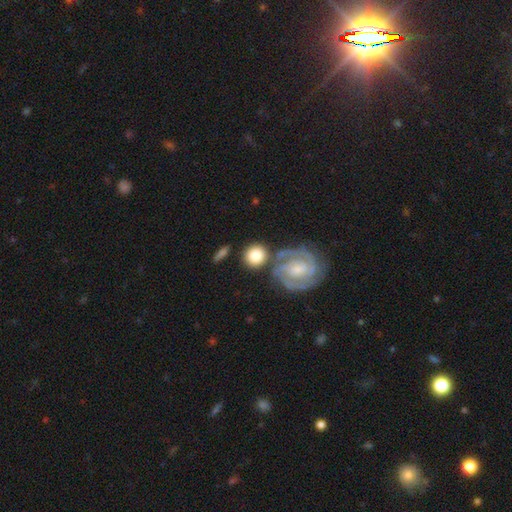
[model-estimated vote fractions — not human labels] Q: Smooth or featured?
A: smooth (69%); runner-up: featured or disk (25%)
Q: How rounded?
A: round (88%); runner-up: in between (11%)
Q: Merging?
A: none (63%); runner-up: merger (20%)